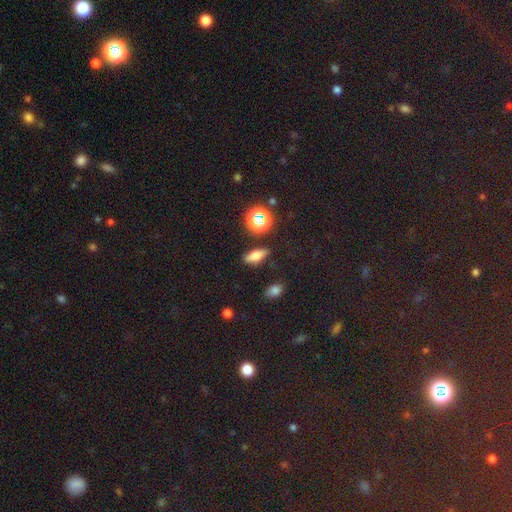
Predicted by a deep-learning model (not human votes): Smooth or featured: smooth — 64% (featured or disk — 20%)
How rounded: in between — 59% (cigar-shaped — 32%)
Merging: none — 84% (minor disturbance — 10%)